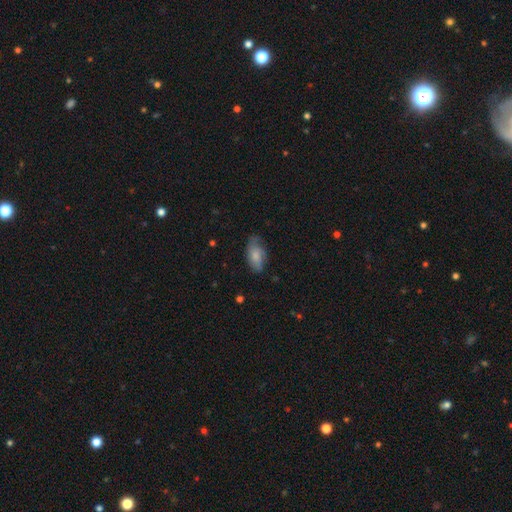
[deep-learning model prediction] Smooth or featured?
  - smooth: 69% *
  - featured or disk: 24%
  - star or artifact: 7%
How rounded?
  - in between: 91% *
  - cigar-shaped: 4%
  - round: 4%
Merging?
  - none: 55% *
  - minor disturbance: 32%
  - major disturbance: 12%
  - merger: 2%